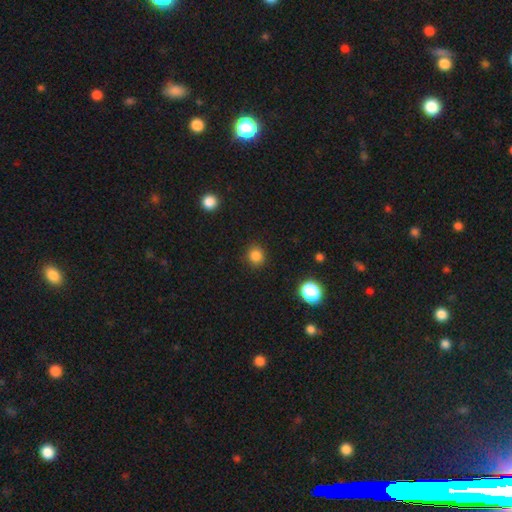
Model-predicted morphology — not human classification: Smooth or featured: smooth — 84% (star or artifact — 13%)
How rounded: round — 88% (in between — 11%)
Merging: none — 90% (minor disturbance — 7%)